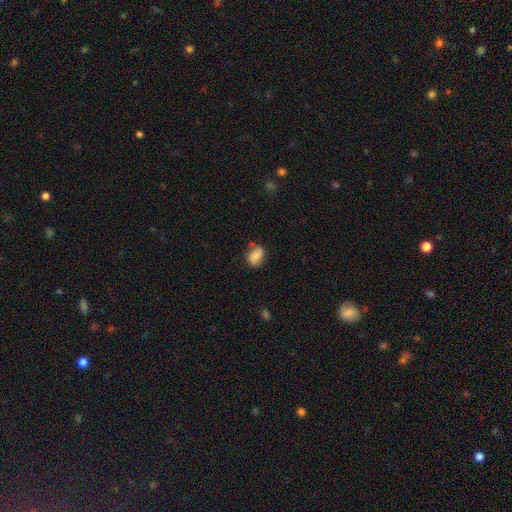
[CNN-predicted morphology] Overall: smooth (69%). How rounded: in between (74%). Merging: none (58%; minor disturbance 26%).